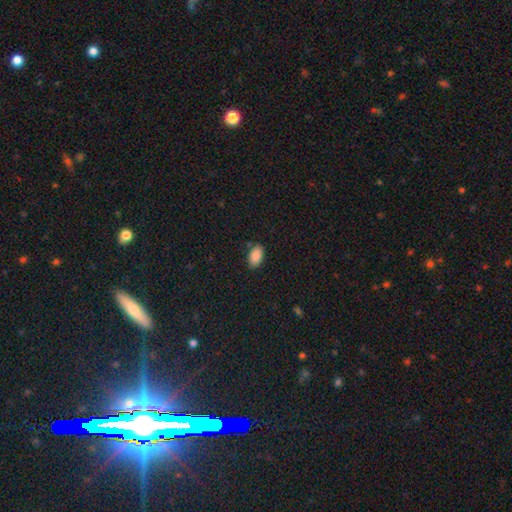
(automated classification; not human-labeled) A smooth galaxy with no disk features (89%) that is in between round and cigar-shaped (94%). Merging: none (85%).